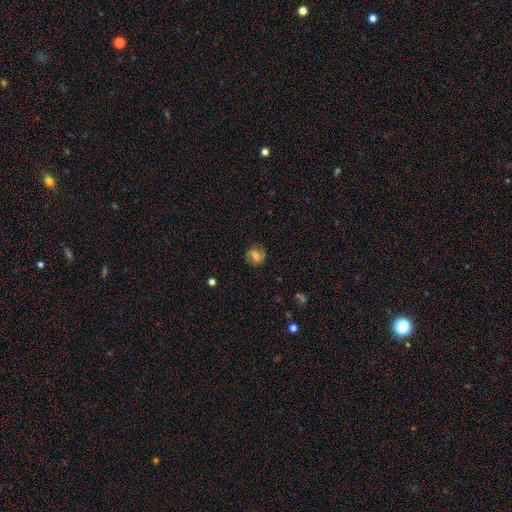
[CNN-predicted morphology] The model was most divided on "bar": weak: 48%, strong: 29%, no: 23%. Remaining: edge-on disk — no (97%); spiral arms — yes (86%); merging — none (80%); smooth or featured — featured or disk (59%); bulge size — moderate (49%).